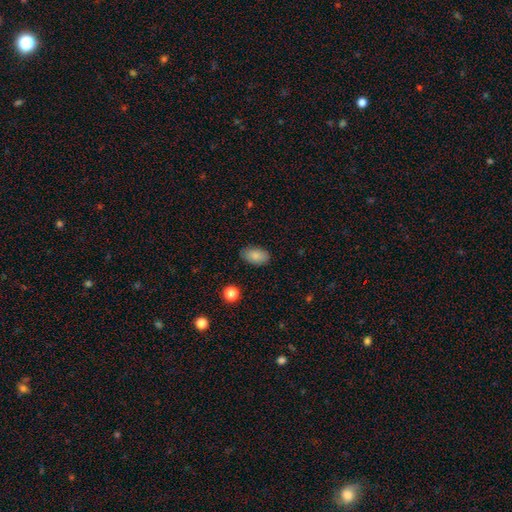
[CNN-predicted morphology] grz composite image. It shows a smooth galaxy with no disk features (86%) that is in between round and cigar-shaped (92%). Merging: none (85%).